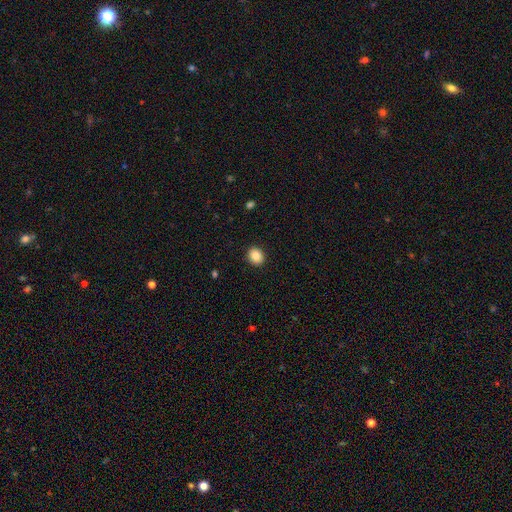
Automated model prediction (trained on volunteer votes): smooth_or_featured: smooth (p=0.85) [alt: star or artifact p=0.09]
how_rounded: round (p=0.64) [alt: in between p=0.35]
merging: none (p=0.92) [alt: minor disturbance p=0.06]